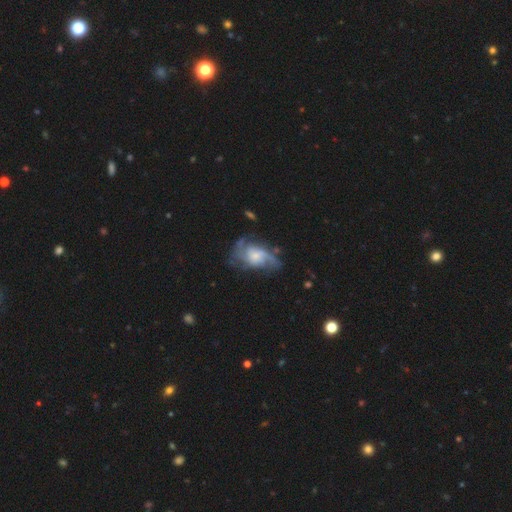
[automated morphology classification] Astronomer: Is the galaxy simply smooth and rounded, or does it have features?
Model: featured or disk — 77%.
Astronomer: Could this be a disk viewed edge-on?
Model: no — 97%.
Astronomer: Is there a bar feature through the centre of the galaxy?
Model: no — 66%.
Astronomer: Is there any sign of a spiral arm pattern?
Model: yes — 90%.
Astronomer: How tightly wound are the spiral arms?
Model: medium — 43% (runner-up: loose, 38%).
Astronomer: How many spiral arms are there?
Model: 2 — 35% (runner-up: can't tell, 25%).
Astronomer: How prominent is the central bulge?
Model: small — 48% (runner-up: moderate, 31%).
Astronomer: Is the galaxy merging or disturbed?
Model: none — 51%.